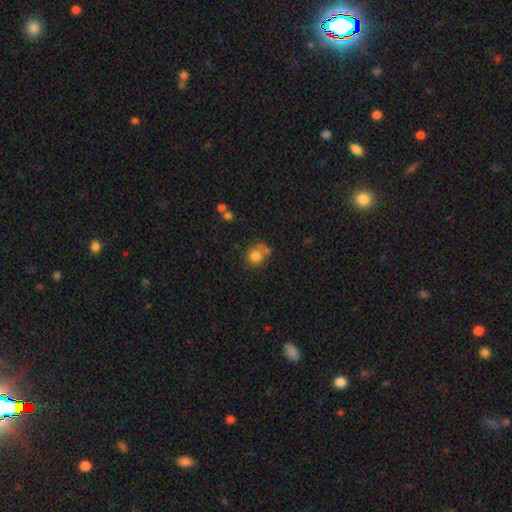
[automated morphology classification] Smooth or featured: smooth — 78% (featured or disk — 11%)
How rounded: round — 84% (in between — 15%)
Merging: none — 48% (merger — 28%)